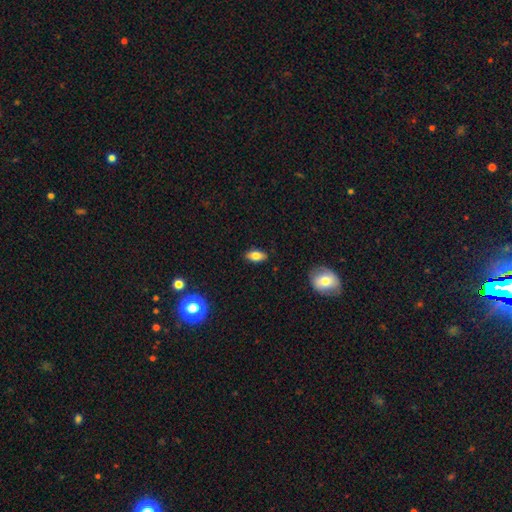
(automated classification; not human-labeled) A smooth galaxy with no disk features (79%) that is in between round and cigar-shaped (89%).

Vote fractions:
- Smooth or featured? smooth: 79% / featured or disk: 12% / star or artifact: 9%
- How rounded? in between: 89% / cigar-shaped: 6% / round: 5%
- Merging? none: 87% / minor disturbance: 10% / major disturbance: 2% / merger: 1%